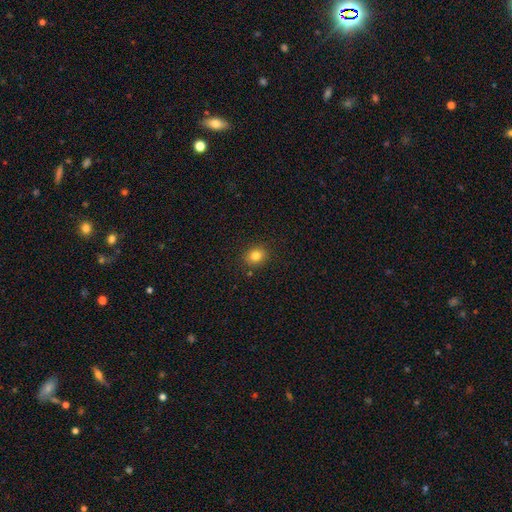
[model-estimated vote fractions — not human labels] Morphology: type=smooth (82%); roundness=round (62%); merging=none (88%).